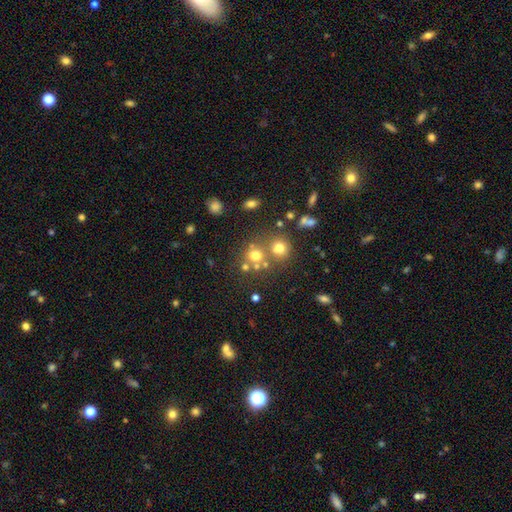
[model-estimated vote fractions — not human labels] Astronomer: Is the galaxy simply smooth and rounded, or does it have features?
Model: smooth — 68%.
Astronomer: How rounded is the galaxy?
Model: round — 86%.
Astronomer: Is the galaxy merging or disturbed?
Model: none — 57%.